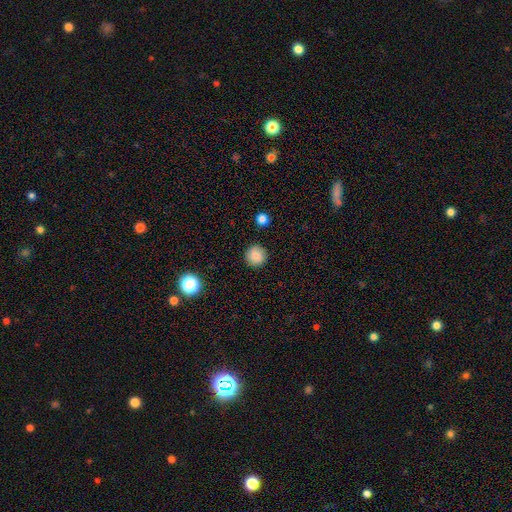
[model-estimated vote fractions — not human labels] Morphology: type=smooth (84%); roundness=round (94%); merging=none (90%).